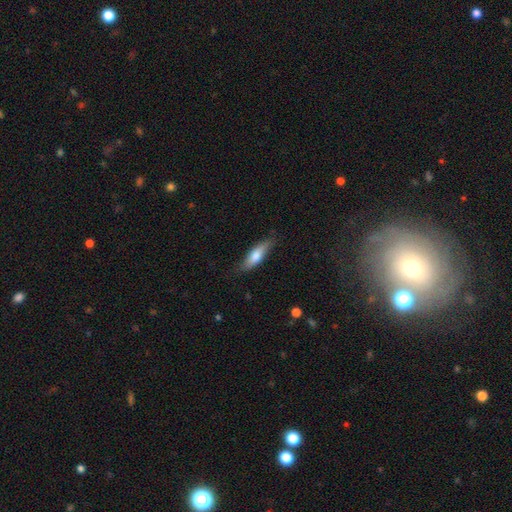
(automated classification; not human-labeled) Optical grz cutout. It shows a smooth galaxy with no disk features (71%) that is cigar-shaped (52%). Merging: none (76%).